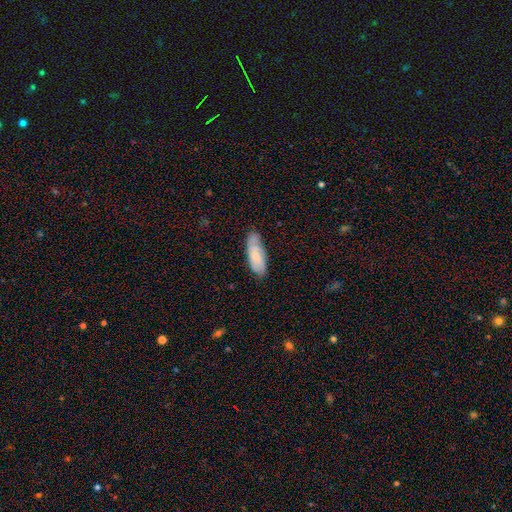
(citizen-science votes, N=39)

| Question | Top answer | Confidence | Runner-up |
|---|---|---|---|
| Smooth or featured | smooth | 64% | featured or disk (31%) |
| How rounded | in between | 60% | cigar-shaped (40%) |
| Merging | none | 65% | minor disturbance (30%) |